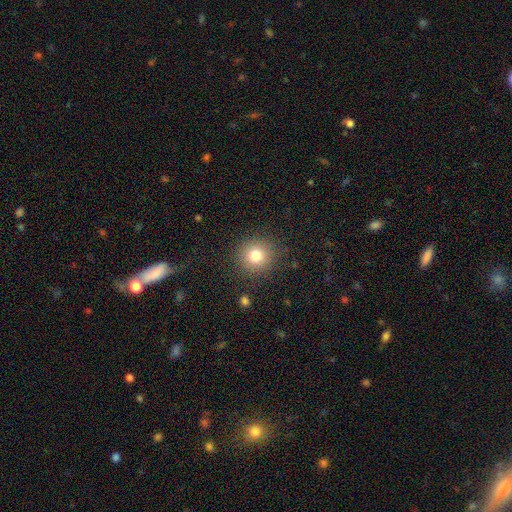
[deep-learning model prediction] This is likely a smooth galaxy (78%). How rounded: clearly round (92%). Merging: clearly none (88%).